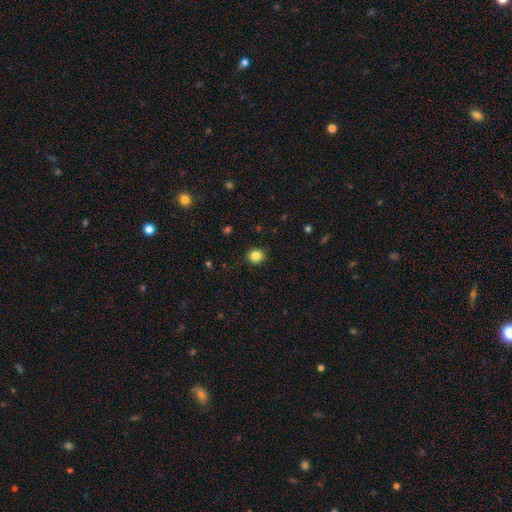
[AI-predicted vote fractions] Smooth or featured: smooth — 85% (star or artifact — 11%)
How rounded: round — 87% (in between — 12%)
Merging: none — 90% (minor disturbance — 7%)